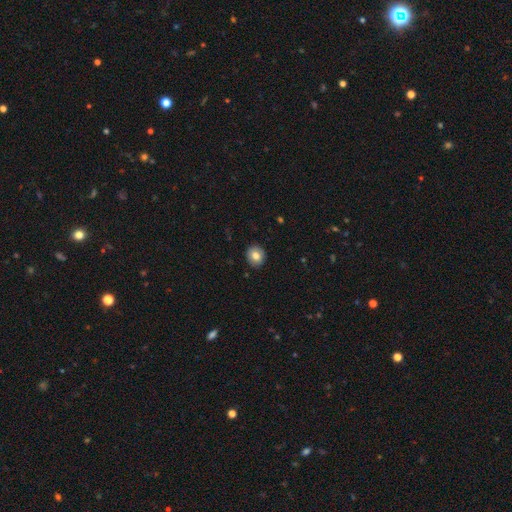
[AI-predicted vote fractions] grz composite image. It shows a smooth galaxy with no disk features (80%) that is round (79%). Merging: none (91%).